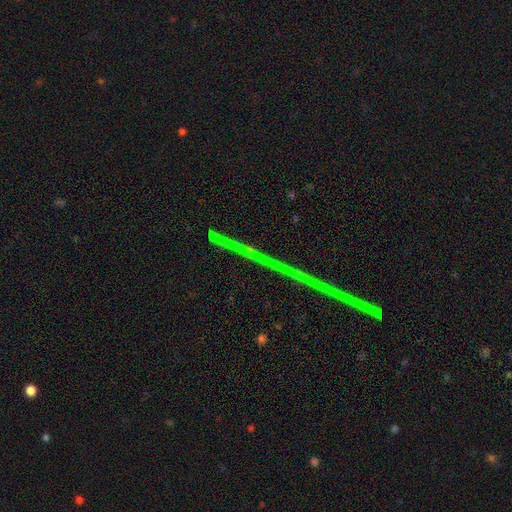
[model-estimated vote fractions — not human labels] This appears to be a star or artifact, not a galaxy (74%).